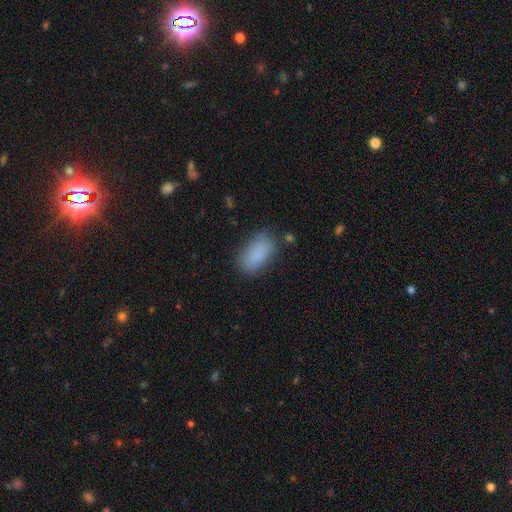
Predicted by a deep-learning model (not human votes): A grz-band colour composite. It shows a smooth galaxy with no disk features (87%) that is in between round and cigar-shaped (91%). Merging: none (77%).